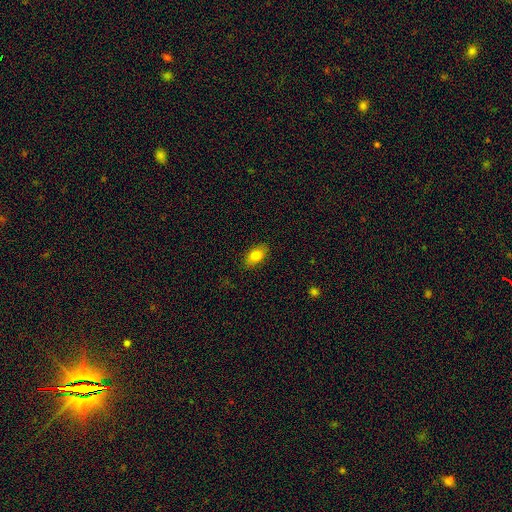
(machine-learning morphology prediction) type=smooth (81%); roundness=in between (90%); merging=none (87%).